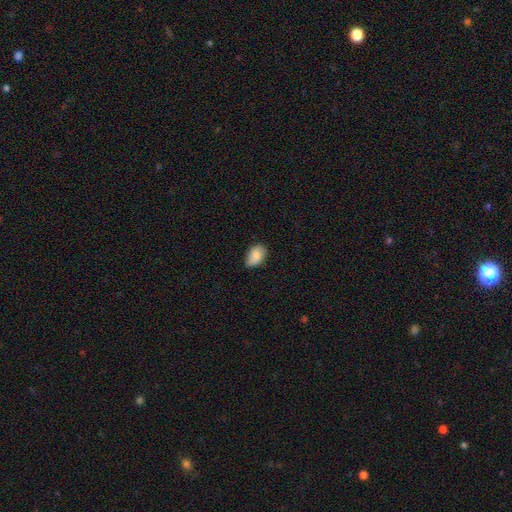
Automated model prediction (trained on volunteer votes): Smooth or featured?
  - smooth: 84% *
  - featured or disk: 8%
  - star or artifact: 7%
How rounded?
  - in between: 84% *
  - round: 15%
  - cigar-shaped: 1%
Merging?
  - none: 66% *
  - minor disturbance: 29%
  - major disturbance: 4%
  - merger: 1%